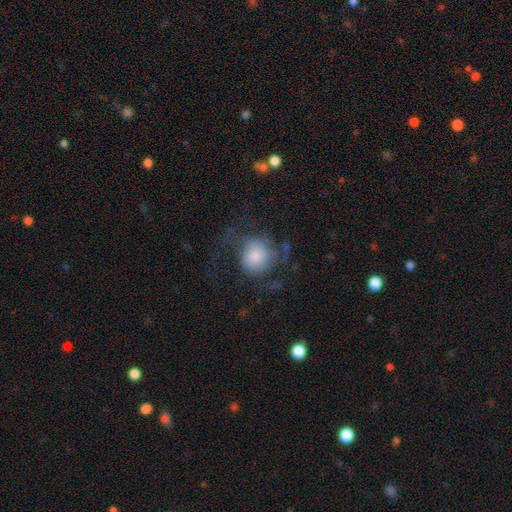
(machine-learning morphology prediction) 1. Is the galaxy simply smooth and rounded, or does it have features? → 54% smooth, 37% featured or disk, 9% star or artifact.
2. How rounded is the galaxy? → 82% round, 17% in between, 1% cigar-shaped.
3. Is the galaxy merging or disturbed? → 44% none, 34% major disturbance, 20% minor disturbance, 2% merger.